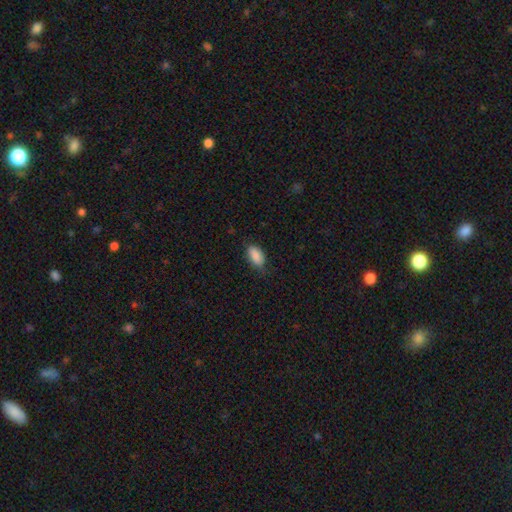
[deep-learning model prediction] smooth-or-featured: smooth: 88% | star or artifact: 7% | featured or disk: 5%
  how-rounded: in between: 92% | round: 4% | cigar-shaped: 3%
  merging: none: 75% | minor disturbance: 21% | major disturbance: 4% | merger: 1%